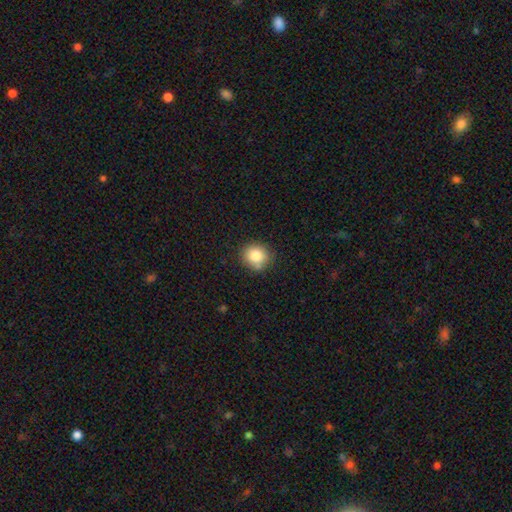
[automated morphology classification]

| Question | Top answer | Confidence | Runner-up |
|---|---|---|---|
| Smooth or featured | smooth | 84% | star or artifact (10%) |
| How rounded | round | 84% | in between (15%) |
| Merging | none | 79% | minor disturbance (14%) |